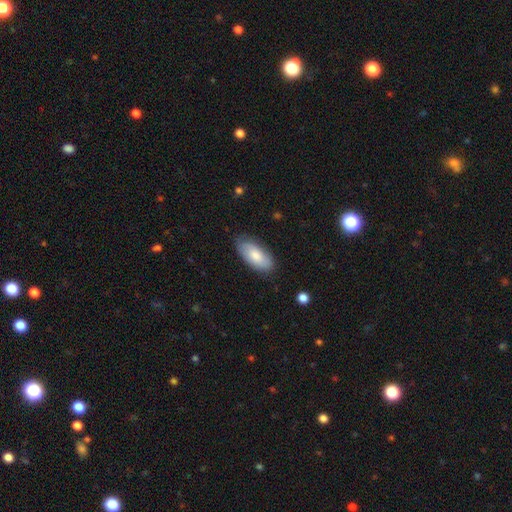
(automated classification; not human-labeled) Smooth or featured? Predicted: smooth (p=0.75). How rounded? Predicted: in between (p=0.90). Merging? Predicted: none (p=0.77).